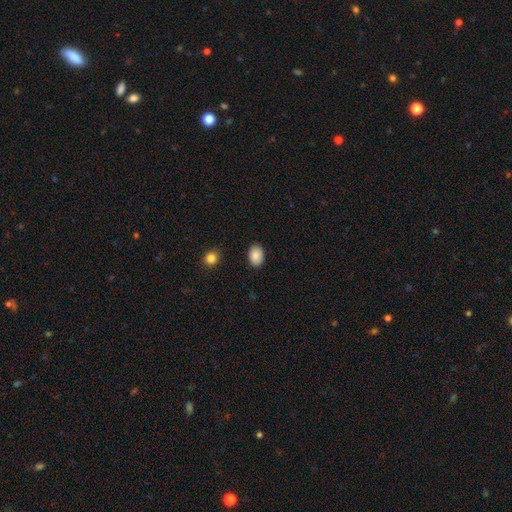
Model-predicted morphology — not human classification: smooth 88%, star or artifact 7%, featured or disk 5%. Down the decision tree: how rounded — in between (82%); merging — none (88%).